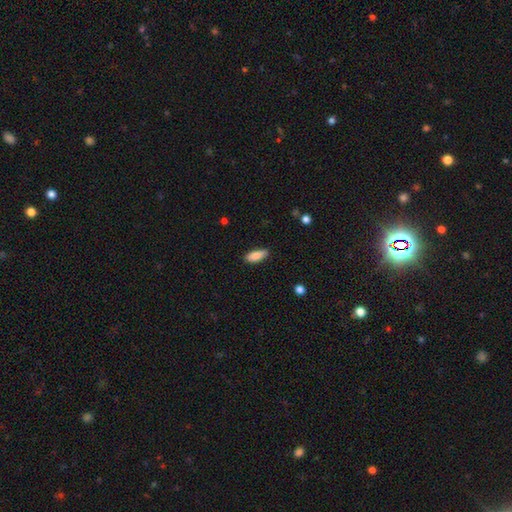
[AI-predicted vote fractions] This is clearly a smooth galaxy (86%). How rounded: likely in between (70%). Merging: clearly none (82%).